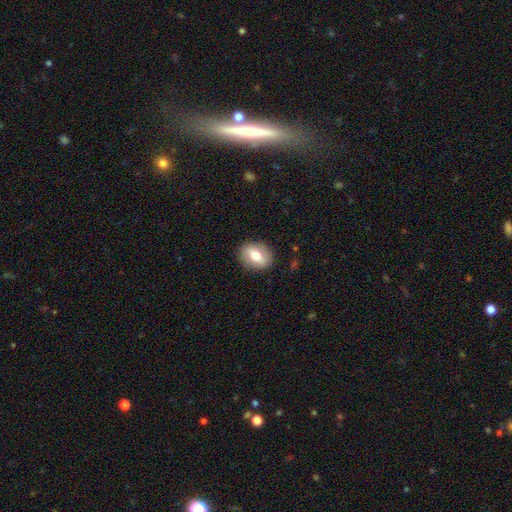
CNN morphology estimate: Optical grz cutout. It shows a smooth galaxy with no disk features (66%) that is in between round and cigar-shaped (54%). Merging: none (87%).